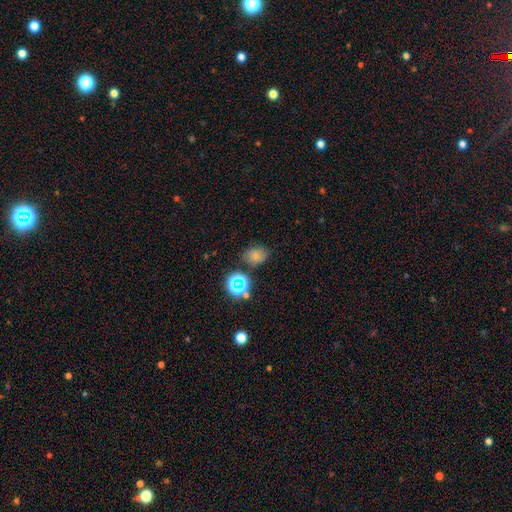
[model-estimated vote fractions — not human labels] Morphology: type=smooth (63%); roundness=round (53%); merging=none (72%).